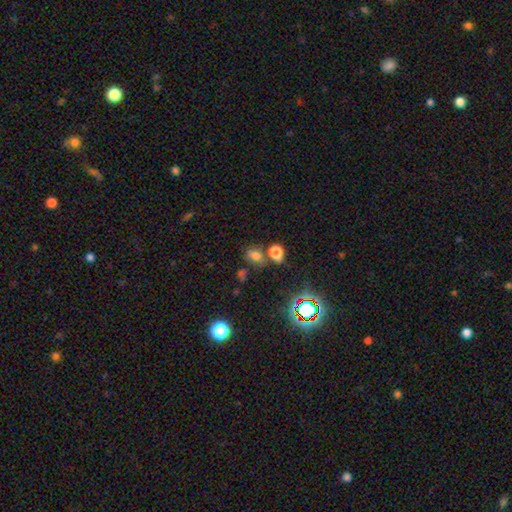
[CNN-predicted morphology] smooth-or-featured: smooth: 63% | star or artifact: 27% | featured or disk: 10%
  how-rounded: in between: 63% | round: 35% | cigar-shaped: 2%
  merging: none: 59% | merger: 20% | minor disturbance: 15% | major disturbance: 7%